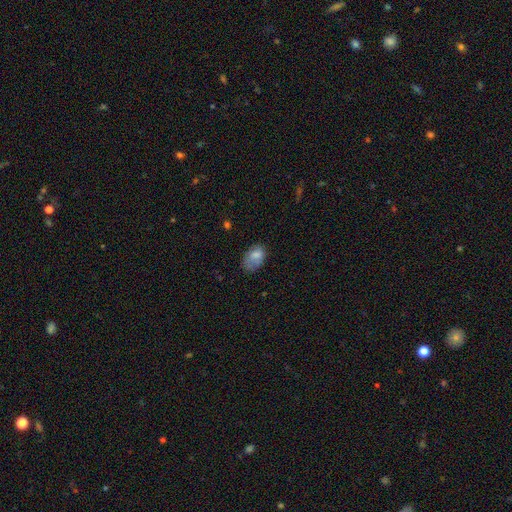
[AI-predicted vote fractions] smooth-or-featured: smooth: 75% | featured or disk: 16% | star or artifact: 9%
  how-rounded: in between: 87% | round: 11% | cigar-shaped: 1%
  merging: none: 46% | minor disturbance: 33% | major disturbance: 17% | merger: 4%